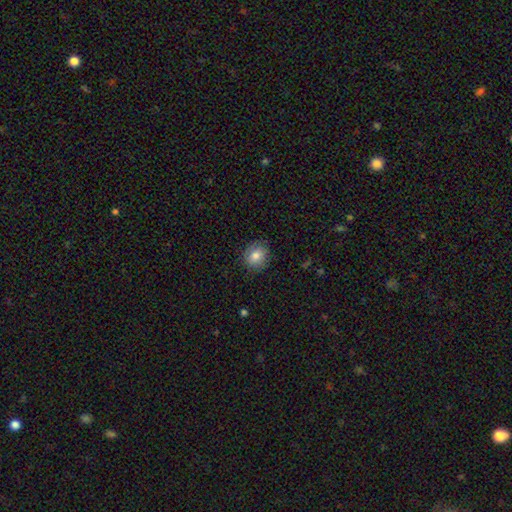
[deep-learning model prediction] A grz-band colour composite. It shows a smooth galaxy with no disk features (78%) that is round (72%). Merging: none (83%).